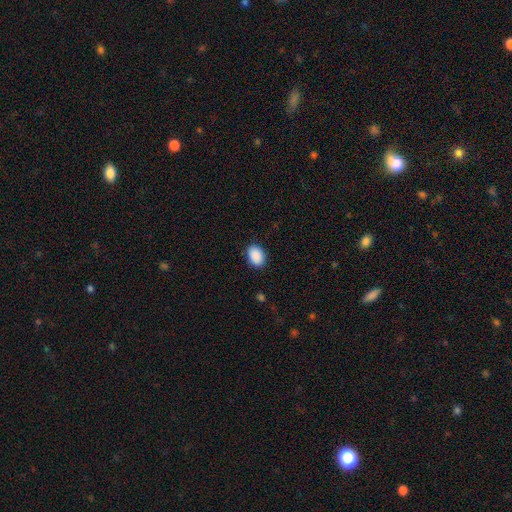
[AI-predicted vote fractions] Smooth or featured? smooth (90%)
How rounded? in between (77%)
Merging? none (87%)